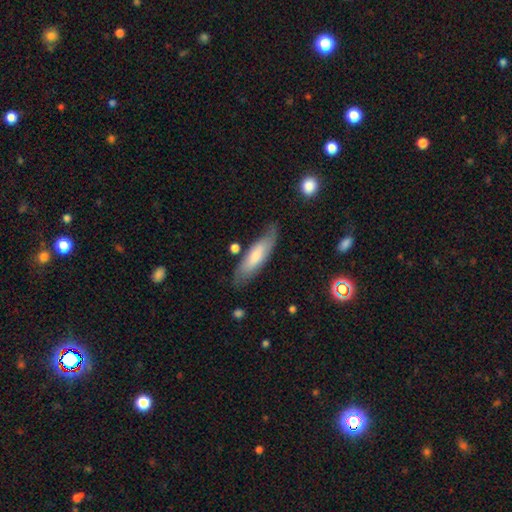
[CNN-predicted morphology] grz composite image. It shows a smooth galaxy with no disk features (64%) that is cigar-shaped (54%). Merging: none (72%).